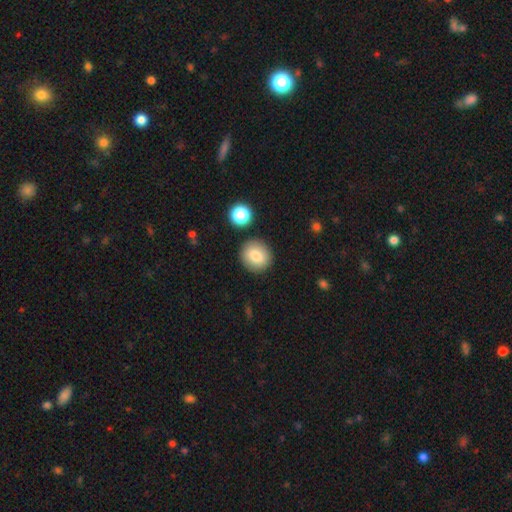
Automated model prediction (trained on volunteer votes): A smooth galaxy with no disk features (81%) that is round (87%).

Vote fractions:
- Smooth or featured? smooth: 81% / featured or disk: 10% / star or artifact: 9%
- How rounded? round: 87% / in between: 12% / cigar-shaped: 1%
- Merging? none: 86% / minor disturbance: 7% / merger: 5% / major disturbance: 2%